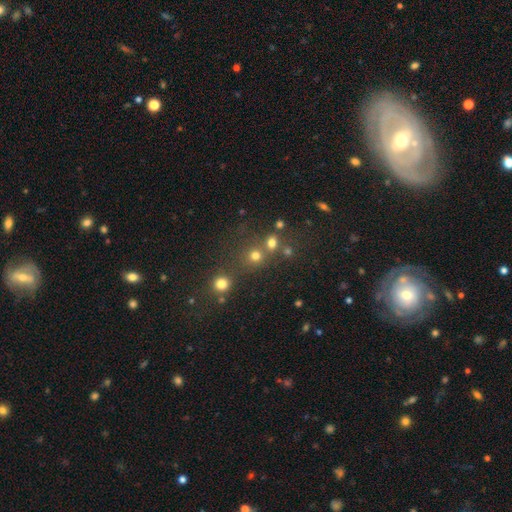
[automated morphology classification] Smooth or featured? smooth (65%)
How rounded? round (88%)
Merging? none (61%)